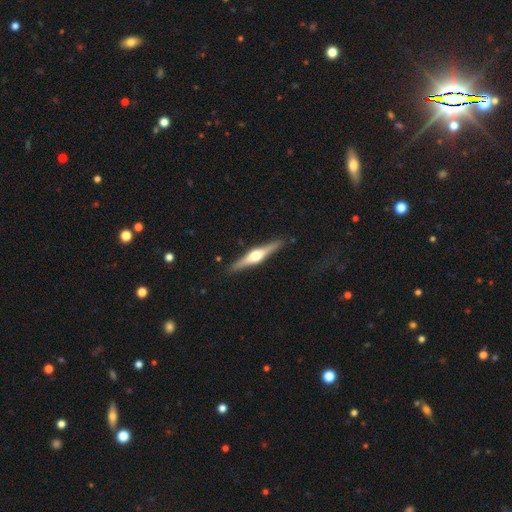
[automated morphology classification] The model was most divided on "smooth or featured": featured or disk: 74%, smooth: 21%, star or artifact: 5%. More confident: edge-on disk — yes (98%); edge-on bulge — rounded (94%); merging — none (89%).